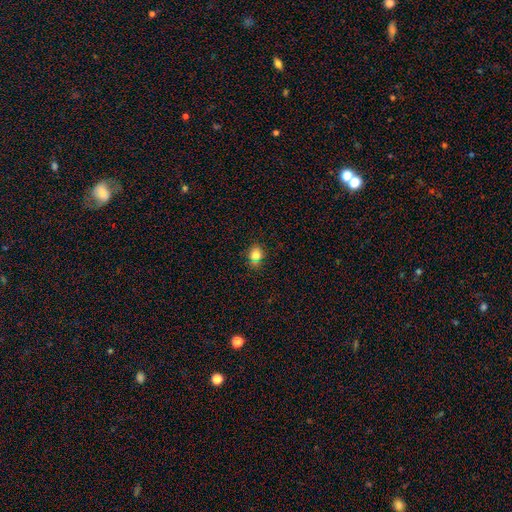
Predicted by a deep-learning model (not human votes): Smooth or featured? smooth (76%)
How rounded? round (60%)
Merging? none (83%)